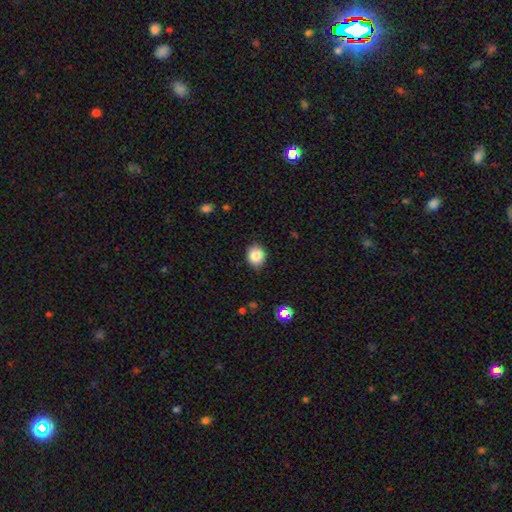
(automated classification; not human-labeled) Smooth or featured? Predicted: smooth (p=0.85). How rounded? Predicted: round (p=0.75). Merging? Predicted: none (p=0.86).